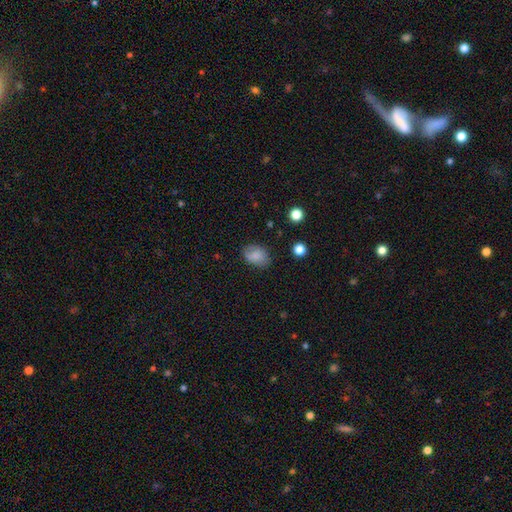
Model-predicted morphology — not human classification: The model was most divided on "merging": none: 74%, minor disturbance: 19%, major disturbance: 5%, merger: 2%. More confident: smooth or featured — smooth (81%); how rounded — in between (78%).